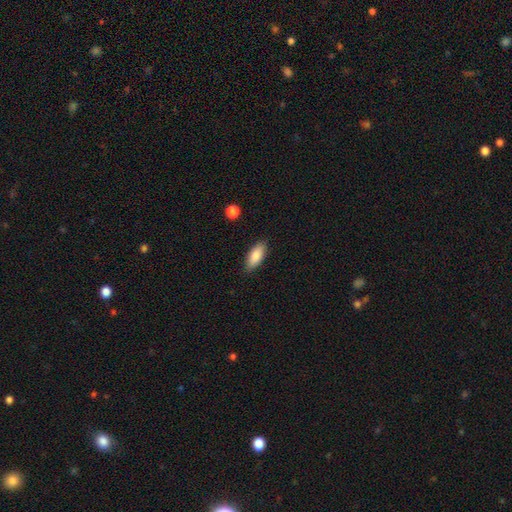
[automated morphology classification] Smooth or featured? smooth (86%)
How rounded? in between (81%)
Merging? none (86%)